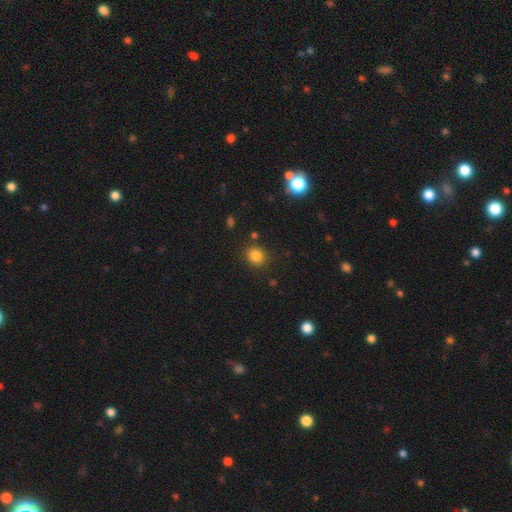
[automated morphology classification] type=smooth (82%); roundness=round (73%); merging=none (85%).